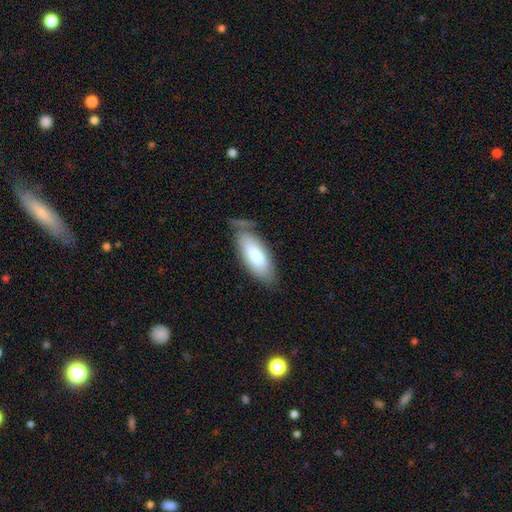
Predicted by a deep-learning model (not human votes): The model was most divided on "merging": none: 63%, minor disturbance: 23%, major disturbance: 8%, merger: 6%. More confident: how rounded — in between (78%); smooth or featured — smooth (76%).